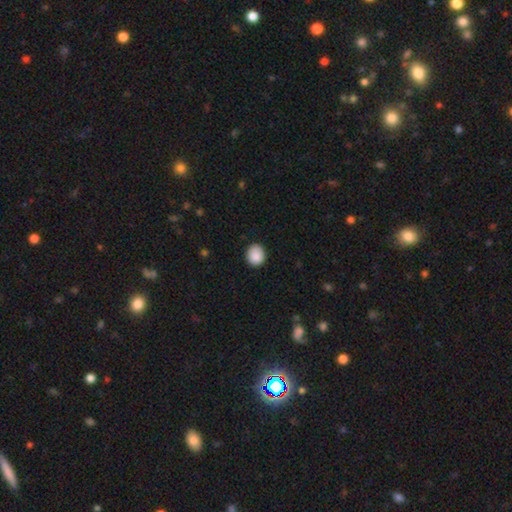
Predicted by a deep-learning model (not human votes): A smooth galaxy with no disk features (89%) that is round (81%). Merging: none (86%).